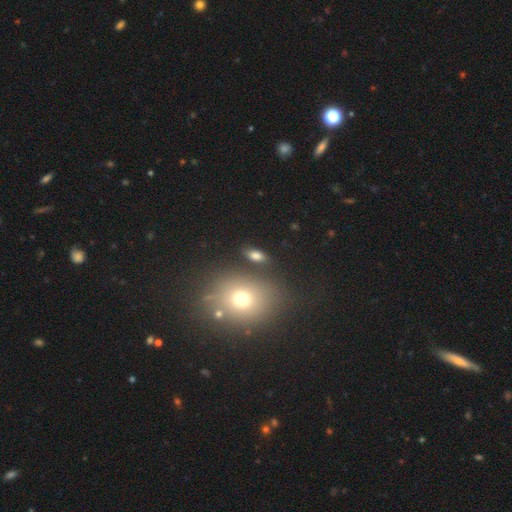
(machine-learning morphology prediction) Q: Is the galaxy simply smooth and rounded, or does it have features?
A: smooth — 76%.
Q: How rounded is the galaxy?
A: in between — 83%.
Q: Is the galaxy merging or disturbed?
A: none — 78%.